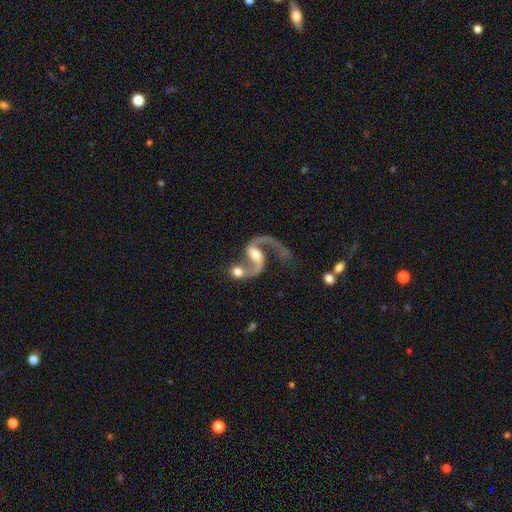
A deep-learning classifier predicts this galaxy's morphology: type=featured or disk (87%); edge-on=no (97%); bar=weak (42%); spiral arms=yes (95%); winding=loose (75%); arm count=2 (87%); bulge=moderate (54%); merging=merger (42%).